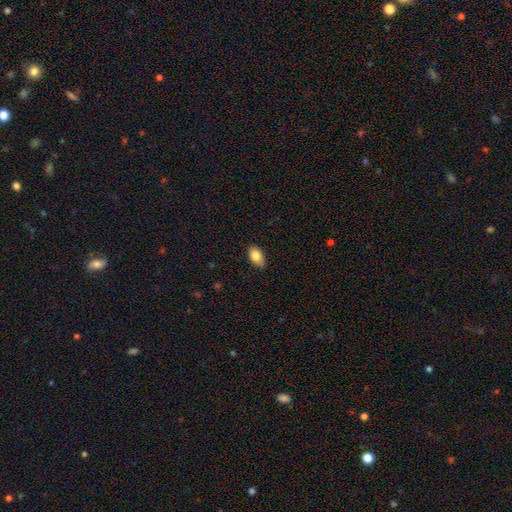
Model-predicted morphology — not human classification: Smooth or featured? Predicted: smooth (p=0.83). How rounded? Predicted: in between (p=0.91). Merging? Predicted: none (p=0.82).